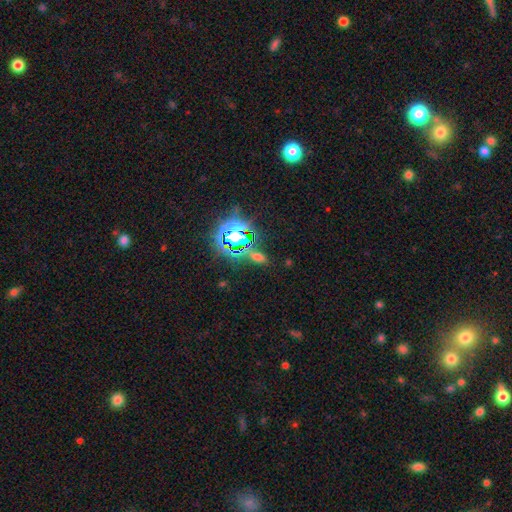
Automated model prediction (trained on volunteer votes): Smooth or featured?
  - star or artifact: 65% *
  - smooth: 24%
  - featured or disk: 11%